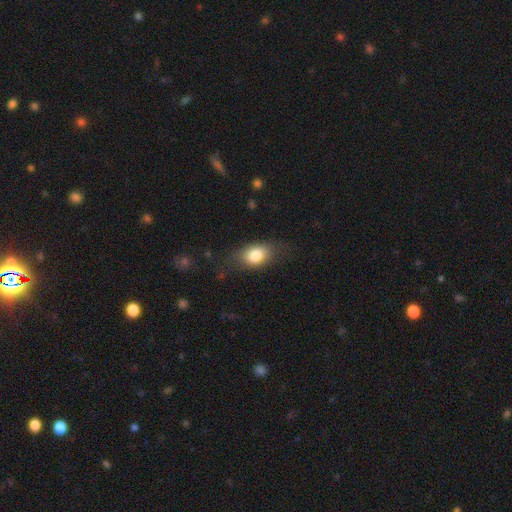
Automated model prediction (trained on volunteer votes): smooth-or-featured: smooth: 80% | featured or disk: 13% | star or artifact: 8%
  how-rounded: in between: 80% | round: 17% | cigar-shaped: 3%
  merging: none: 70% | minor disturbance: 20% | major disturbance: 9% | merger: 1%